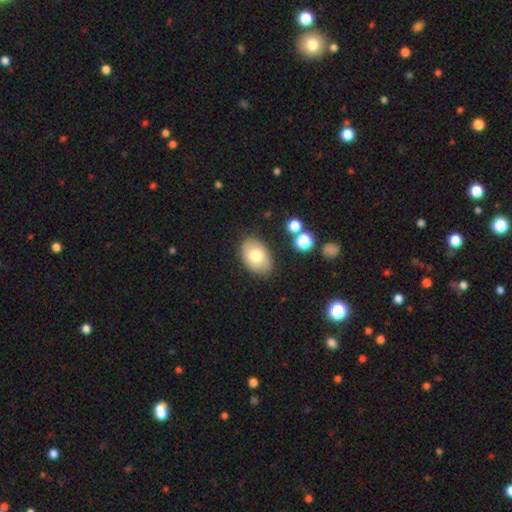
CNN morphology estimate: smooth_or_featured: smooth (p=0.75) [alt: featured or disk p=0.18]
how_rounded: in between (p=0.86) [alt: round p=0.13]
merging: none (p=0.82) [alt: minor disturbance p=0.13]